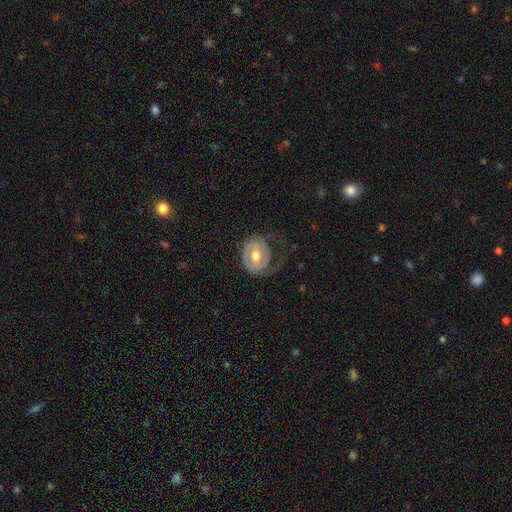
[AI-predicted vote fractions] This is likely a featured or disk galaxy (64%). It is clearly not viewed edge-on (96%). Bar: marginally weak (42%). Spiral arm pattern: likely yes (62%). Central bulge: likely moderate (75%). Merging: possibly none (47%).